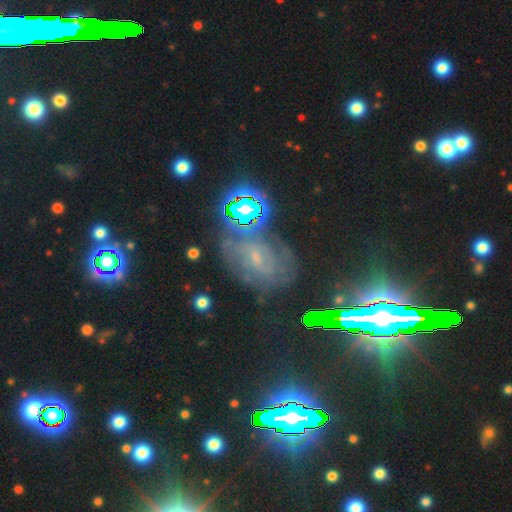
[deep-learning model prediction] A star or artifact, not a galaxy (48%).